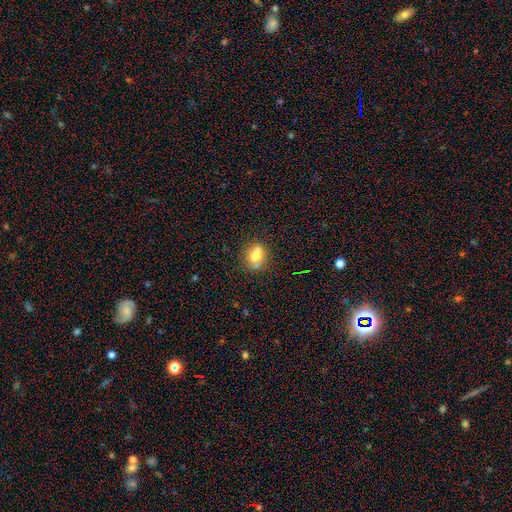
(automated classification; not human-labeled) smooth-or-featured: smooth: 63% | featured or disk: 26% | star or artifact: 11%
  how-rounded: round: 61% | in between: 37% | cigar-shaped: 2%
  merging: none: 63% | minor disturbance: 16% | merger: 16% | major disturbance: 5%